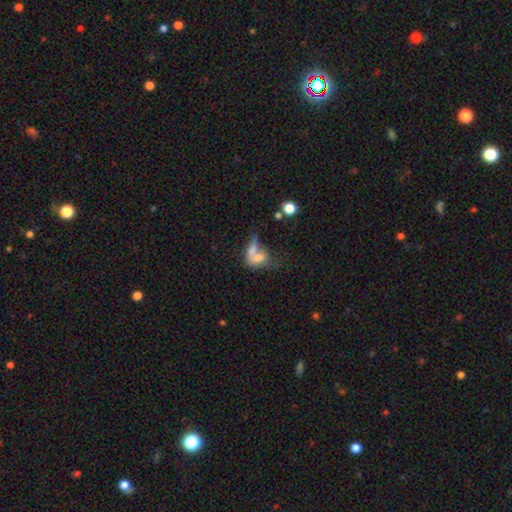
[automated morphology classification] Smooth or featured?
  - smooth: 66% *
  - featured or disk: 23%
  - star or artifact: 11%
How rounded?
  - in between: 71% *
  - round: 18%
  - cigar-shaped: 11%
Merging?
  - merger: 58% *
  - none: 20%
  - major disturbance: 13%
  - minor disturbance: 9%